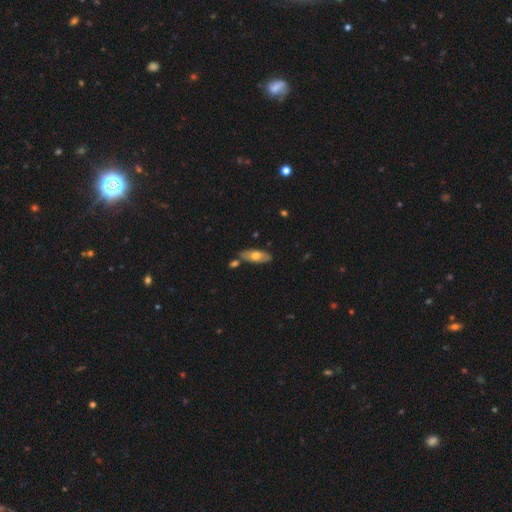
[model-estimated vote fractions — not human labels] A smooth galaxy with no disk features (59%) that is in between round and cigar-shaped (77%).

Vote fractions:
- Smooth or featured? smooth: 59% / featured or disk: 35% / star or artifact: 6%
- How rounded? in between: 77% / cigar-shaped: 20% / round: 3%
- Merging? none: 75% / minor disturbance: 13% / merger: 10% / major disturbance: 3%